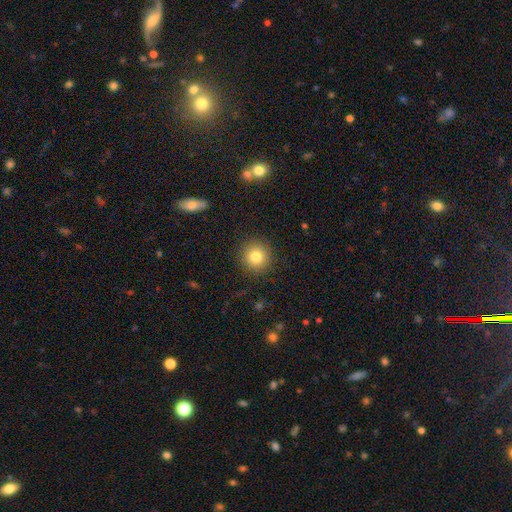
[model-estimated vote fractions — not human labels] A smooth galaxy with no disk features (81%) that is round (94%).

Vote fractions:
- Smooth or featured? smooth: 81% / star or artifact: 11% / featured or disk: 8%
- How rounded? round: 94% / in between: 5% / cigar-shaped: 1%
- Merging? none: 91% / minor disturbance: 6% / major disturbance: 2% / merger: 1%